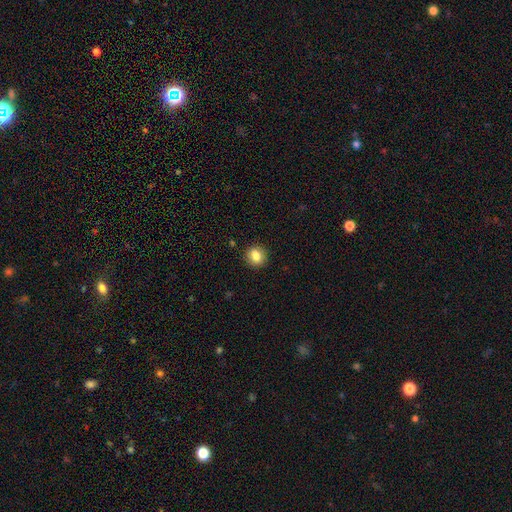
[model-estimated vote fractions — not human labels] Smooth or featured? smooth (84%)
How rounded? round (82%)
Merging? none (91%)